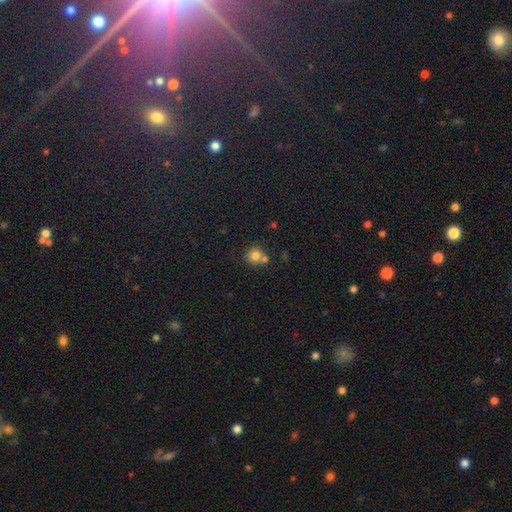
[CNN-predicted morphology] Smooth or featured: smooth — 79% (star or artifact — 12%)
How rounded: round — 89% (in between — 10%)
Merging: none — 55% (merger — 32%)